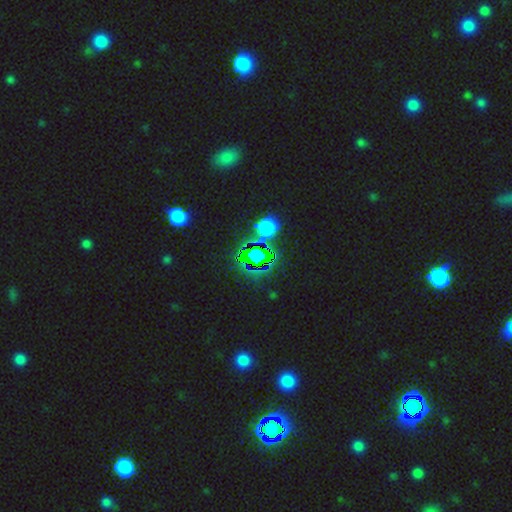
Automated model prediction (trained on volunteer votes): Smooth or featured? star or artifact (77%)